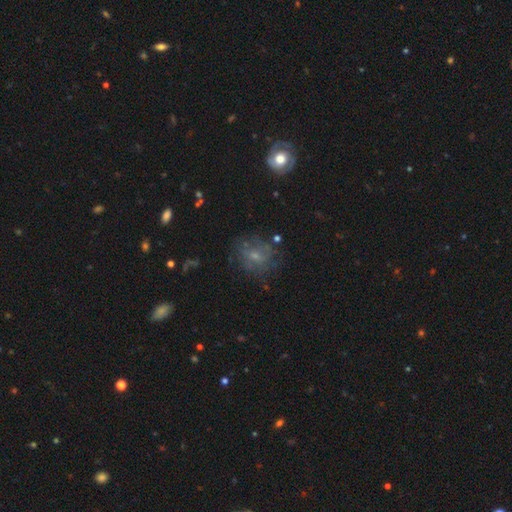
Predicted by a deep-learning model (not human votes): Smooth or featured? featured or disk (43%)
Merging? none (63%)